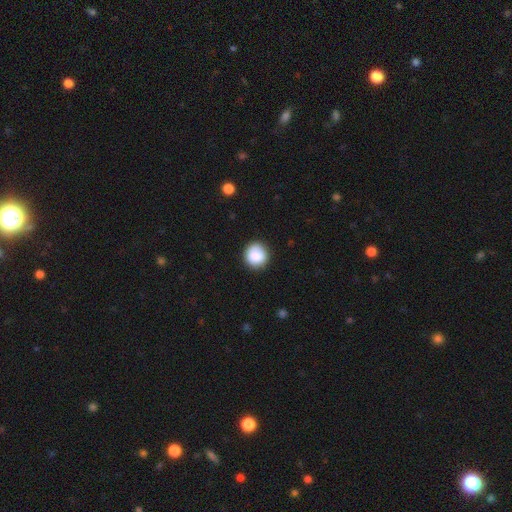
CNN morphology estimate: Smooth or featured: smooth — 86% (star or artifact — 8%)
How rounded: round — 88% (in between — 11%)
Merging: none — 84% (minor disturbance — 12%)